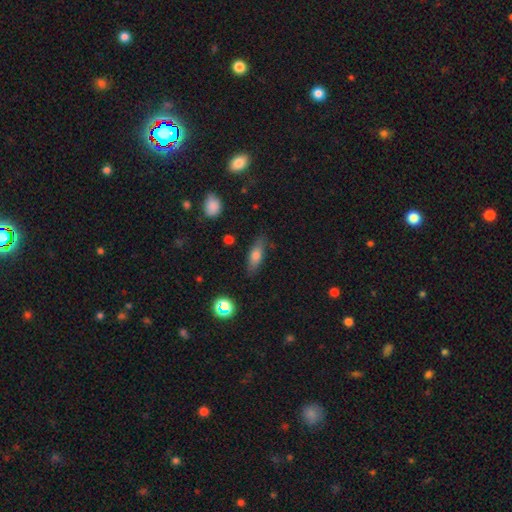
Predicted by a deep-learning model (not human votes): Smooth or featured: smooth — 70% (featured or disk — 22%)
How rounded: in between — 62% (cigar-shaped — 33%)
Merging: none — 80% (minor disturbance — 14%)